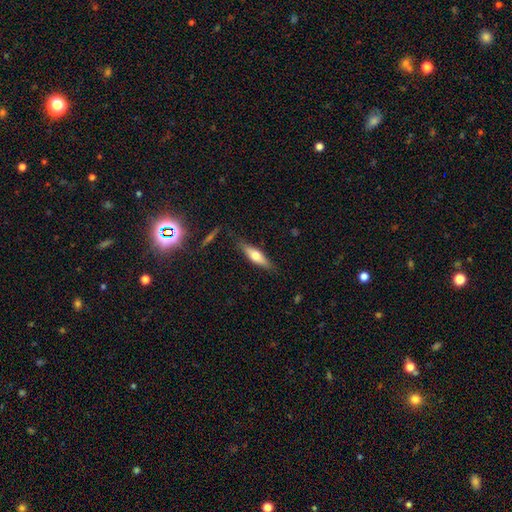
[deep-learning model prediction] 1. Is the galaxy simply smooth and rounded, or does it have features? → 55% smooth, 39% featured or disk, 7% star or artifact.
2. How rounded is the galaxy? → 58% cigar-shaped, 39% in between, 2% round.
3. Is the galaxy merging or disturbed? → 82% none, 13% minor disturbance, 3% major disturbance, 2% merger.